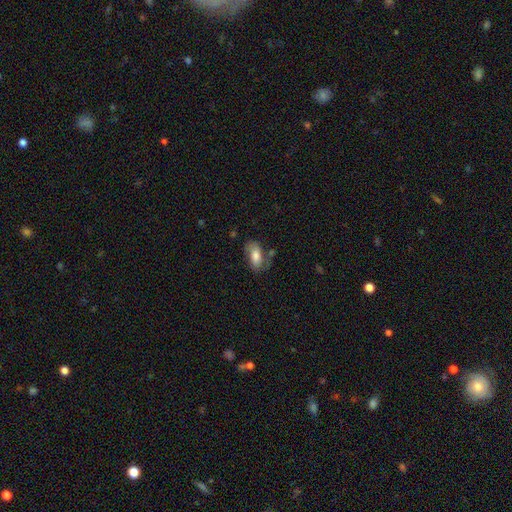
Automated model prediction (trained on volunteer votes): Smooth or featured?
  - smooth: 67% *
  - featured or disk: 27%
  - star or artifact: 7%
How rounded?
  - in between: 91% *
  - round: 5%
  - cigar-shaped: 4%
Merging?
  - none: 56% *
  - minor disturbance: 24%
  - major disturbance: 12%
  - merger: 7%